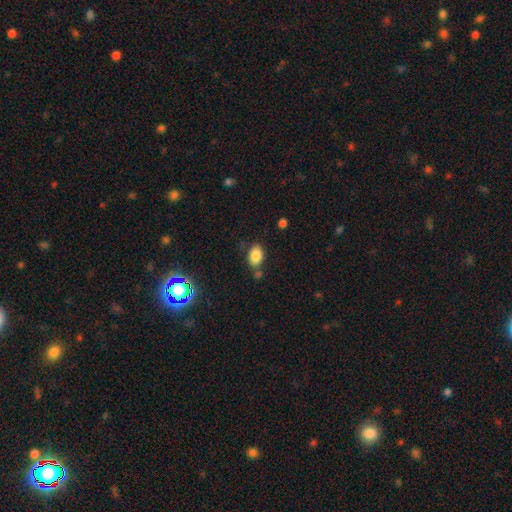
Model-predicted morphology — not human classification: Overall: smooth (84%). How rounded: in between (85%). Merging: none (70%).